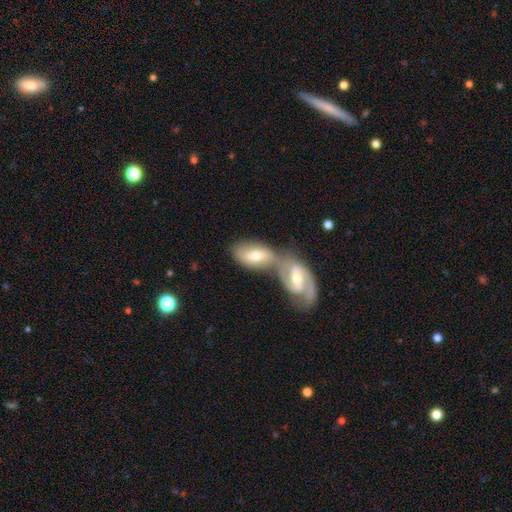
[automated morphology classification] type=smooth (48%); merging=merger (64%).